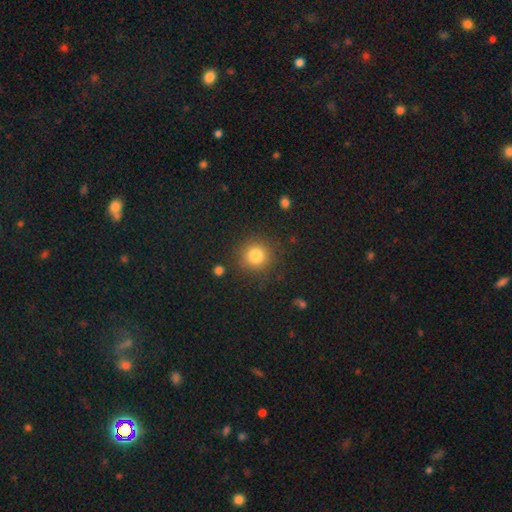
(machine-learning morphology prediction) Smooth or featured? smooth (81%)
How rounded? round (93%)
Merging? none (87%)